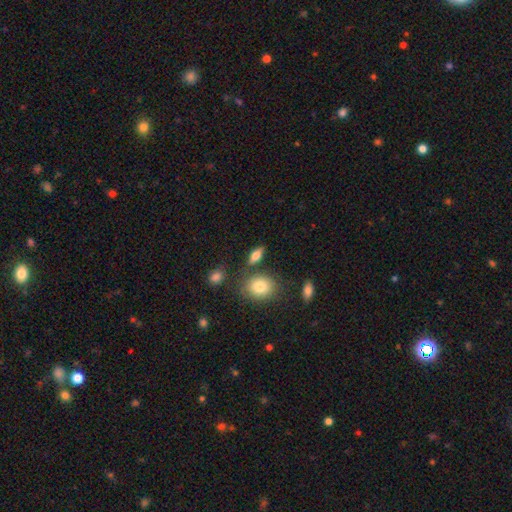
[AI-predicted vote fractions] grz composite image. It shows a smooth galaxy with no disk features (72%) that is in between round and cigar-shaped (71%). Merging: none (76%).